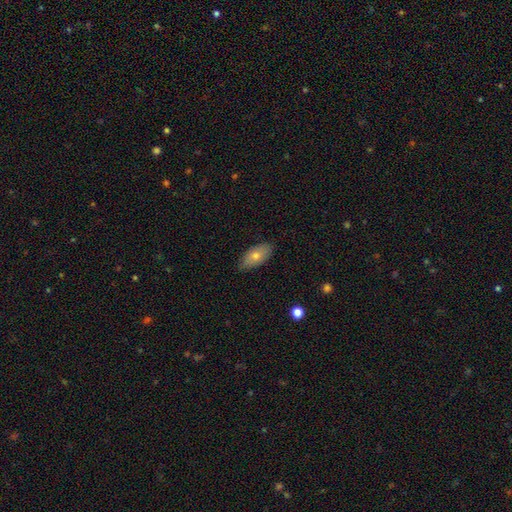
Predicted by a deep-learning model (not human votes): Smooth or featured: smooth — 67% (featured or disk — 25%)
How rounded: in between — 89% (cigar-shaped — 7%)
Merging: none — 82% (minor disturbance — 14%)